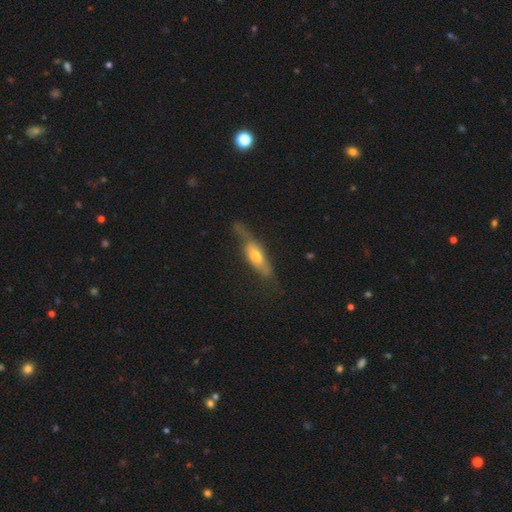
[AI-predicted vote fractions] This appears to be a featured or disk galaxy (56%) viewed edge-on (64%). Merging: none (54%).